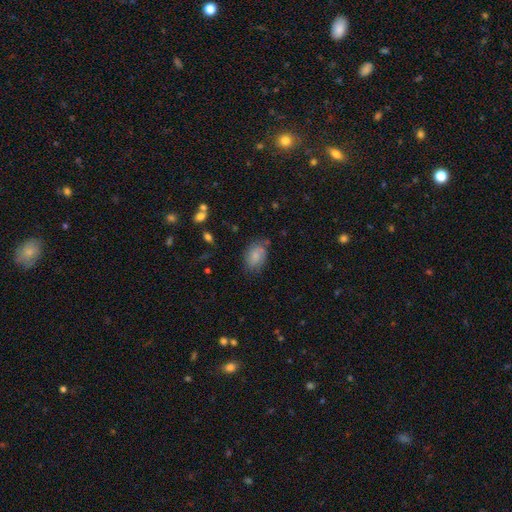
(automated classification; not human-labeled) smooth 71%, featured or disk 20%, star or artifact 9%. Down the decision tree: how rounded — in between (81%); merging — none (65%).